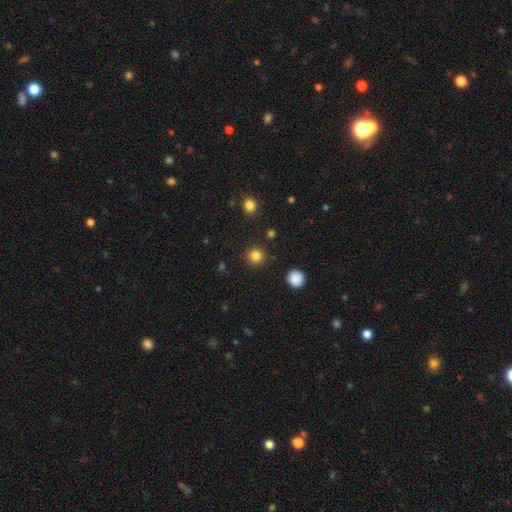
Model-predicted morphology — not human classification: type=smooth (83%); roundness=round (93%); merging=none (90%).